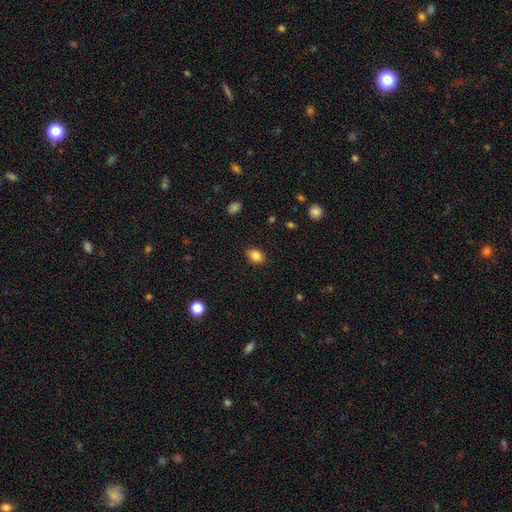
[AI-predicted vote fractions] Smooth or featured? smooth (85%)
How rounded? in between (73%)
Merging? none (86%)